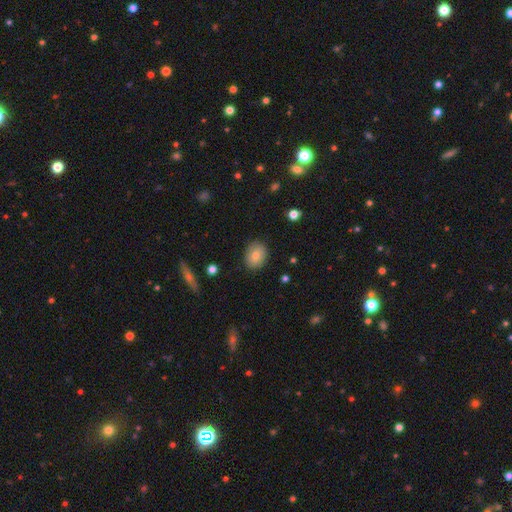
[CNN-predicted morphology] The model was most divided on "how rounded": in between: 58%, round: 41%, cigar-shaped: 1%. More confident: merging — none (85%); smooth or featured — smooth (77%).